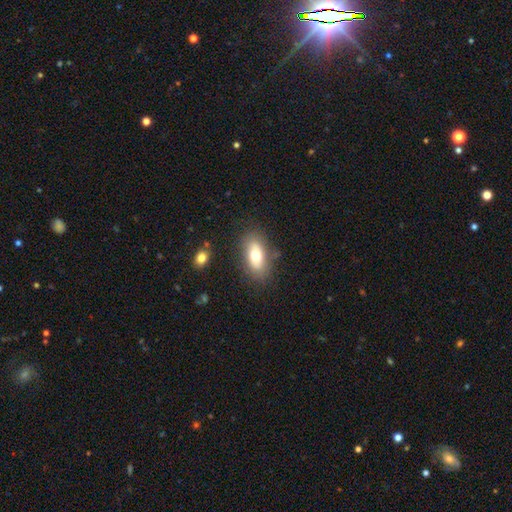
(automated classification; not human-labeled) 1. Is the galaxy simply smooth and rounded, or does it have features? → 70% smooth, 22% featured or disk, 8% star or artifact.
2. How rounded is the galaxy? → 87% in between, 8% cigar-shaped, 6% round.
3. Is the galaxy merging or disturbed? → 79% none, 14% minor disturbance, 5% major disturbance, 3% merger.